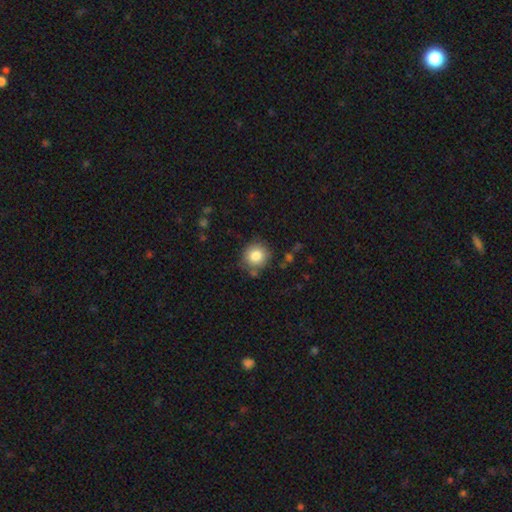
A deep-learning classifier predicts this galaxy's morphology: smooth 83%, star or artifact 10%, featured or disk 7%. Down the decision tree: how rounded — round (91%); merging — none (82%).